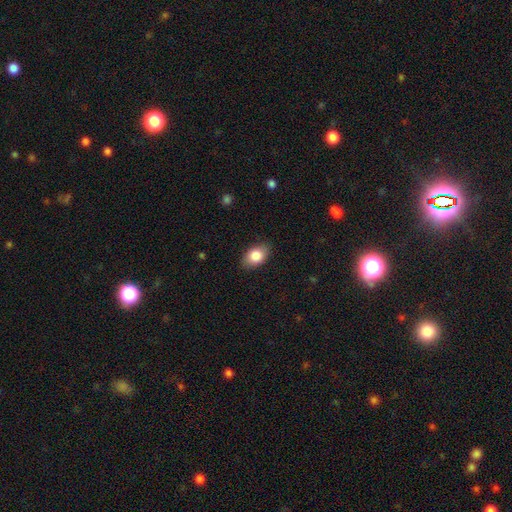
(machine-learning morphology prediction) This appears to be a smooth galaxy with no disk features (84%) that is in between round and cigar-shaped (88%). Merging: none (85%).